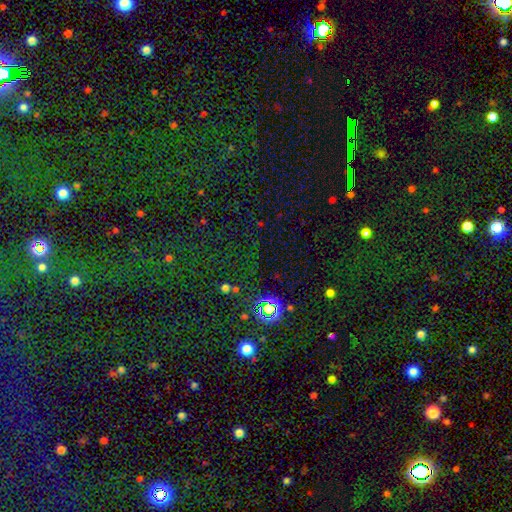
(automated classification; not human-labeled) A star or artifact, not a galaxy (74%).